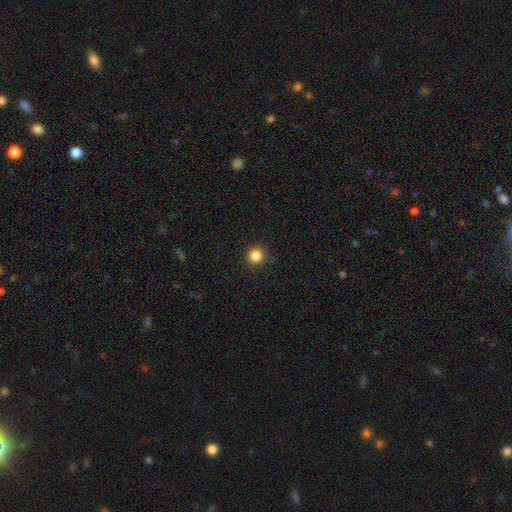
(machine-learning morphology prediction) Q: Smooth or featured?
A: smooth (85%); runner-up: star or artifact (11%)
Q: How rounded?
A: round (95%); runner-up: in between (4%)
Q: Merging?
A: none (92%); runner-up: minor disturbance (5%)